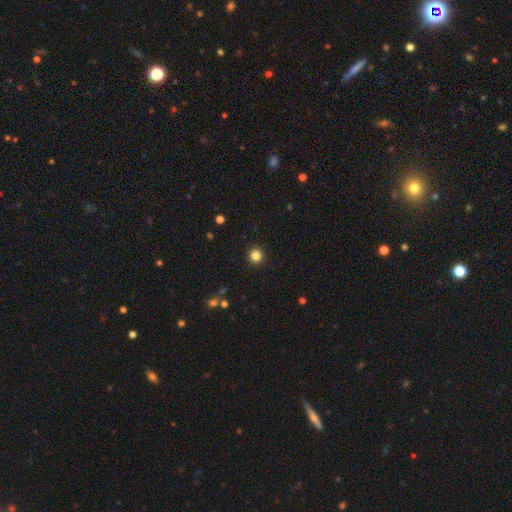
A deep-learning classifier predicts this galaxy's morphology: Overall: smooth (84%). How rounded: round (94%). Merging: none (93%).